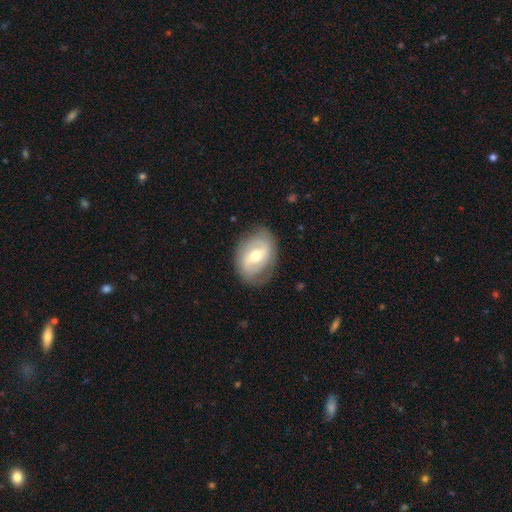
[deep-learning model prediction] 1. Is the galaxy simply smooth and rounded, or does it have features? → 66% featured or disk, 28% smooth, 6% star or artifact.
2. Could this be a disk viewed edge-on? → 95% no, 5% yes.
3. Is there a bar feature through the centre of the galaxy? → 47% weak, 32% strong, 21% no.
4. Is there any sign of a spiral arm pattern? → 71% yes, 29% no.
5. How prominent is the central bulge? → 68% moderate, 24% small, 6% large, 1% none, 1% dominant.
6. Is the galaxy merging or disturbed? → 77% none, 16% minor disturbance, 6% major disturbance, 1% merger.